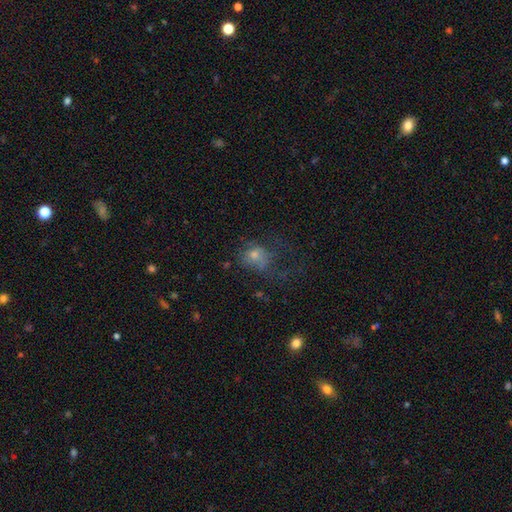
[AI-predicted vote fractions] smooth 63%, featured or disk 22%, star or artifact 15%. Down the decision tree: how rounded — round (56%); merging — major disturbance (42%).